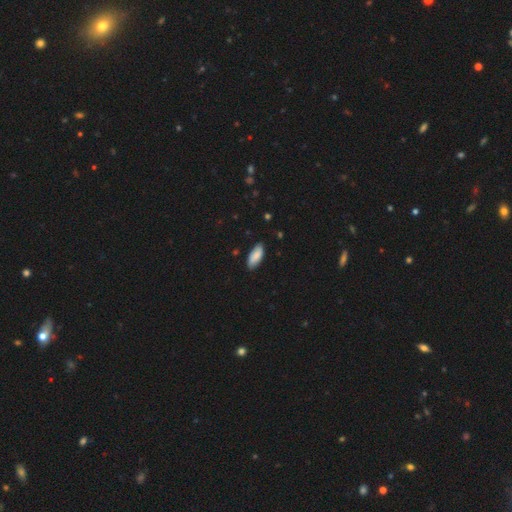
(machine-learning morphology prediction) Smooth or featured: smooth — 85% (featured or disk — 9%)
How rounded: in between — 86% (cigar-shaped — 13%)
Merging: none — 84% (minor disturbance — 13%)